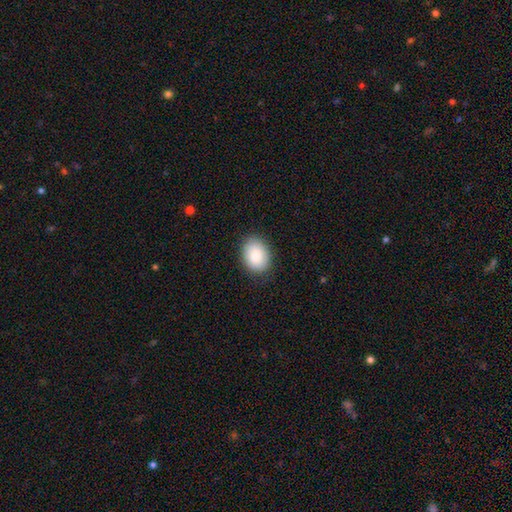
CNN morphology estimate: Overall: smooth (87%). How rounded: in between (72%). Merging: none (86%).